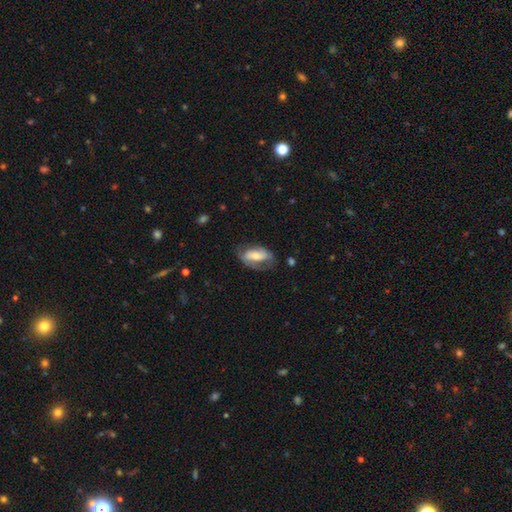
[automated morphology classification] type=featured or disk (54%); edge-on=no (92%); merging=none (55%).